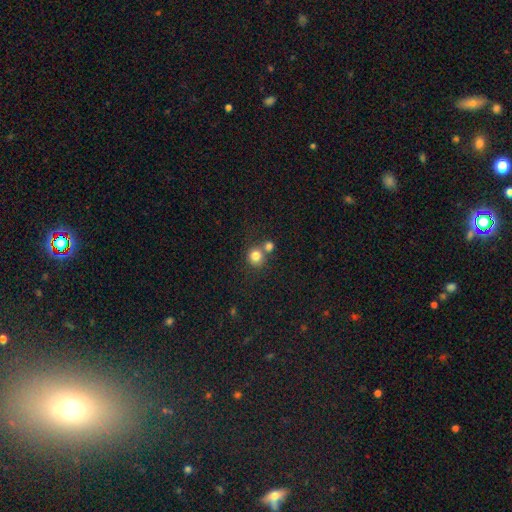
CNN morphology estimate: smooth 81%, star or artifact 12%, featured or disk 7%. Down the decision tree: how rounded — round (89%); merging — none (57%).